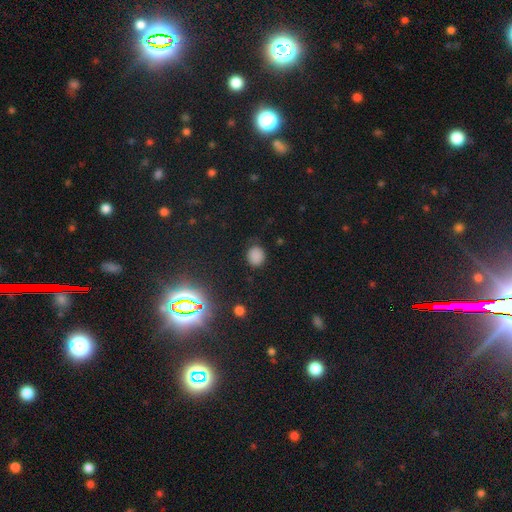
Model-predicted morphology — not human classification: Smooth or featured: smooth — 80% (star or artifact — 16%)
How rounded: round — 73% (in between — 26%)
Merging: none — 81% (minor disturbance — 14%)